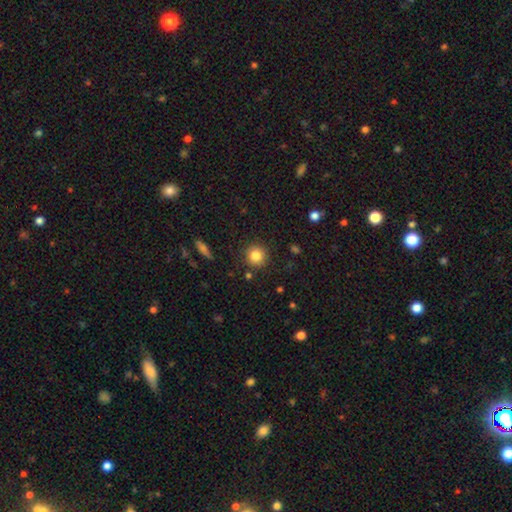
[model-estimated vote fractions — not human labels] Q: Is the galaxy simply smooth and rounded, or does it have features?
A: smooth — 83%.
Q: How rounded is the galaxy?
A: round — 93%.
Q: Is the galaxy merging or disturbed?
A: none — 88%.